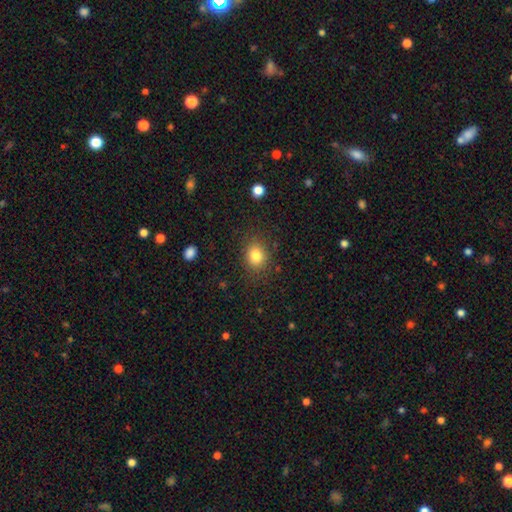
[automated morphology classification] type=smooth (81%); roundness=round (57%); merging=none (83%).